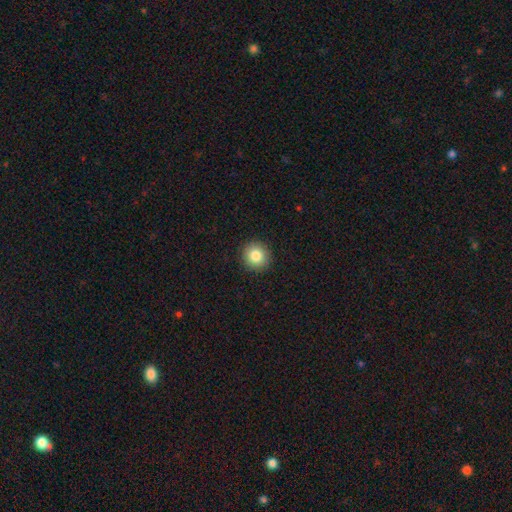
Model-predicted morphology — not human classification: Smooth or featured?
  - smooth: 84% *
  - star or artifact: 9%
  - featured or disk: 7%
How rounded?
  - round: 93% *
  - in between: 6%
  - cigar-shaped: 1%
Merging?
  - none: 92% *
  - minor disturbance: 5%
  - major disturbance: 2%
  - merger: 1%